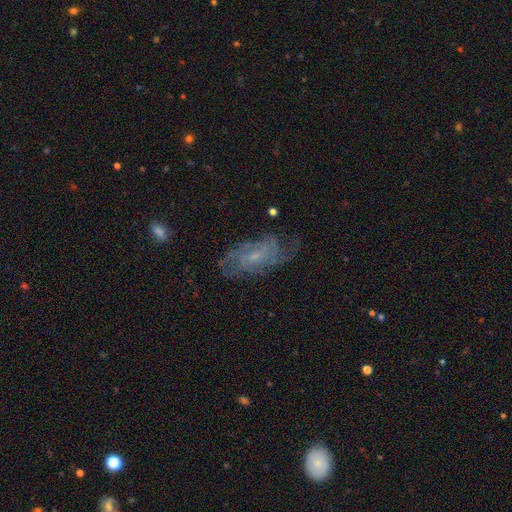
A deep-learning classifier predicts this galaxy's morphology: A featured or disk galaxy (76%) with no bar (54%), tight (50%) spiral arms (92%) and a small central bulge (65%). Merging: none (72%).